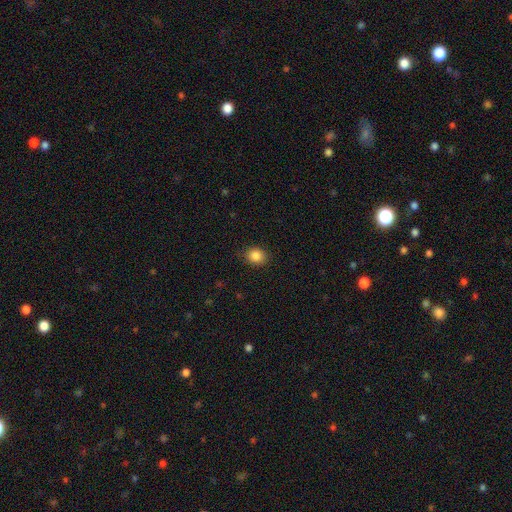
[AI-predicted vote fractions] Smooth or featured? smooth (85%)
How rounded? round (59%)
Merging? none (86%)